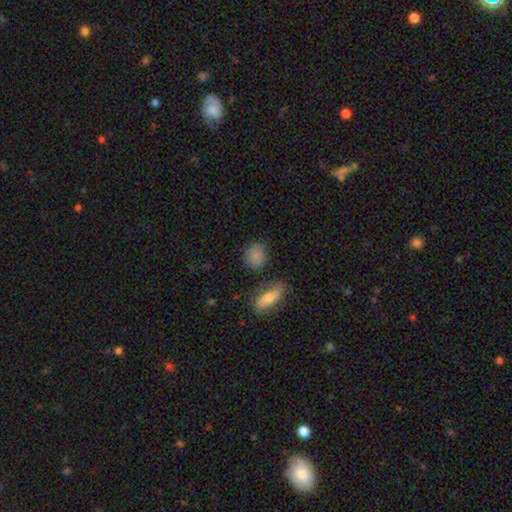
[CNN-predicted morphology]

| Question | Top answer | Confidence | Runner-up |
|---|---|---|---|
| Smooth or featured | smooth | 82% | star or artifact (10%) |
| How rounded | round | 58% | in between (39%) |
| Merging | none | 76% | minor disturbance (13%) |